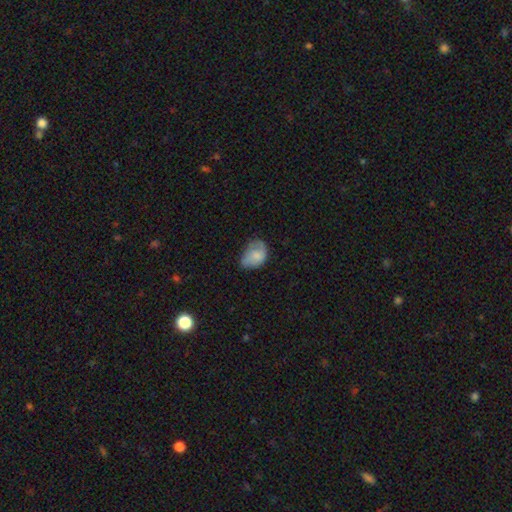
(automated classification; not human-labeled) Overall: smooth (71%). How rounded: in between (78%). Merging: minor disturbance (40%; none 37%).